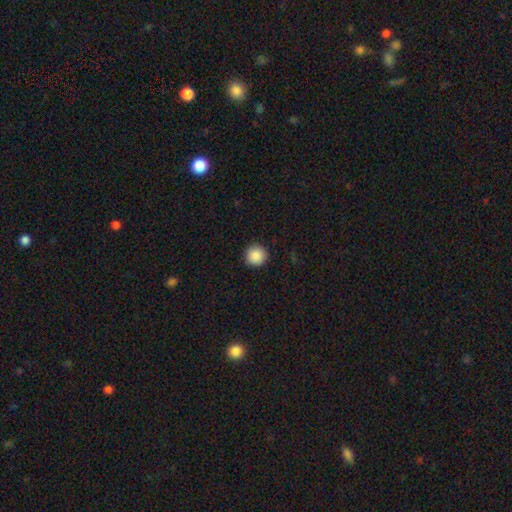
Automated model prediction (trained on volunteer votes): Q: Smooth or featured?
A: smooth (89%); runner-up: star or artifact (9%)
Q: How rounded?
A: round (96%); runner-up: in between (4%)
Q: Merging?
A: none (92%); runner-up: minor disturbance (5%)